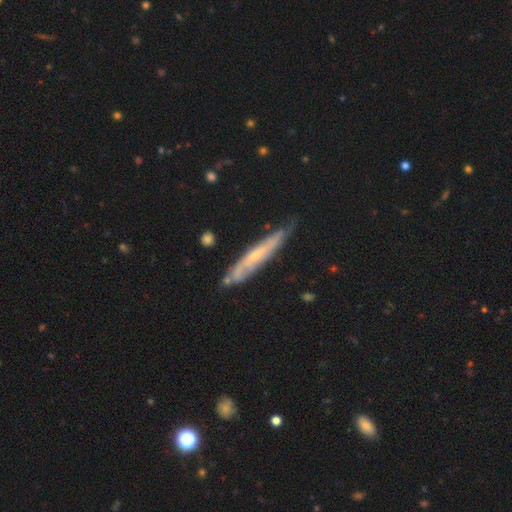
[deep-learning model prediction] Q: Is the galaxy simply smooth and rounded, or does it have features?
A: featured or disk — 65%.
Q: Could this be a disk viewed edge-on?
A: yes — 62%.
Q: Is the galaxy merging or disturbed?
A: none — 64%.